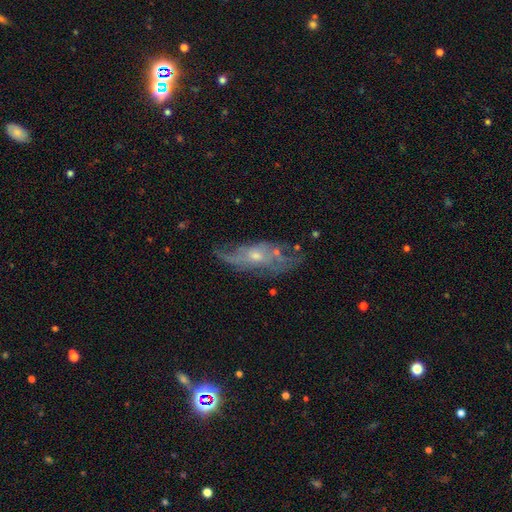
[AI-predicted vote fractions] smooth_or_featured: featured or disk (p=0.66) [alt: smooth p=0.22]
disk_edge_on: no (p=0.79) [alt: yes p=0.21]
bar: no (p=0.78) [alt: weak p=0.19]
has_spiral_arms: yes (p=0.66) [alt: no p=0.34]
bulge_size: small (p=0.55) [alt: moderate p=0.39]
merging: none (p=0.57) [alt: minor disturbance p=0.25]